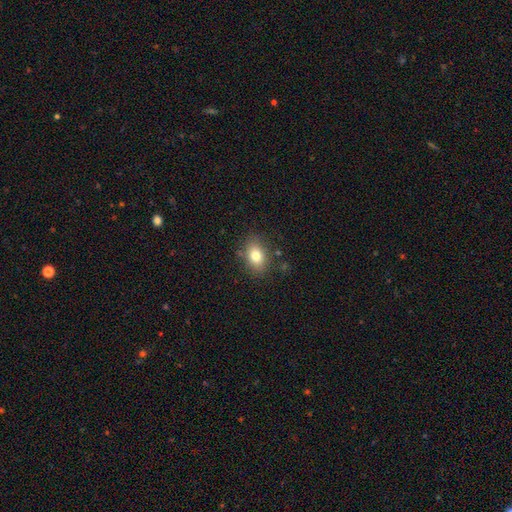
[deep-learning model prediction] Q: Smooth or featured?
A: smooth (79%); runner-up: featured or disk (11%)
Q: How rounded?
A: in between (75%); runner-up: round (24%)
Q: Merging?
A: none (81%); runner-up: minor disturbance (12%)